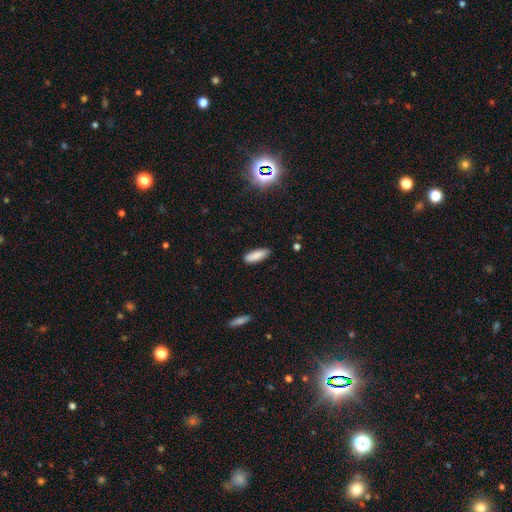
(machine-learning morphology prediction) Smooth or featured: smooth — 87% (star or artifact — 7%)
How rounded: in between — 61% (cigar-shaped — 37%)
Merging: none — 87% (minor disturbance — 10%)